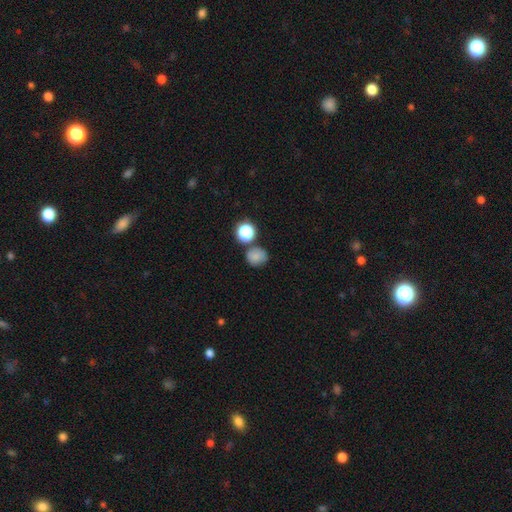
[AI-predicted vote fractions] Q: Smooth or featured?
A: smooth (78%); runner-up: star or artifact (14%)
Q: How rounded?
A: round (78%); runner-up: in between (21%)
Q: Merging?
A: none (64%); runner-up: minor disturbance (16%)